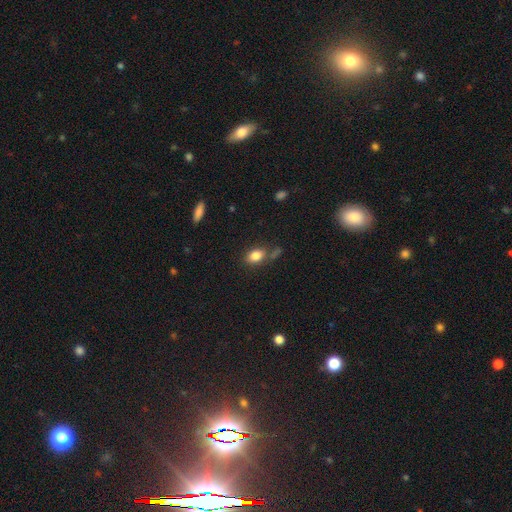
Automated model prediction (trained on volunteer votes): A smooth galaxy with no disk features (83%) that is in between round and cigar-shaped (81%). Merging: none (68%).